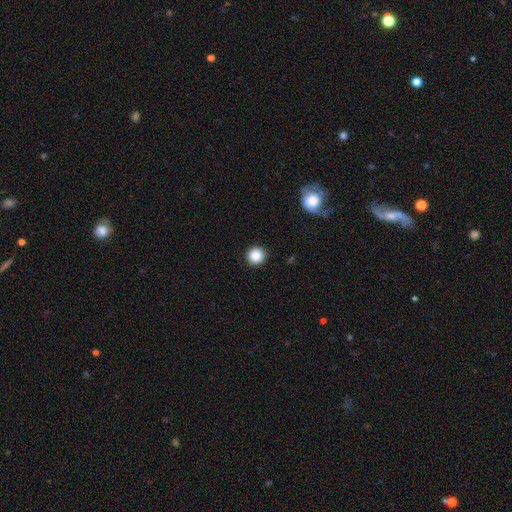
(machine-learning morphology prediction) Smooth or featured?
  - smooth: 86% *
  - star or artifact: 10%
  - featured or disk: 4%
How rounded?
  - round: 94% *
  - in between: 5%
  - cigar-shaped: 1%
Merging?
  - none: 93% *
  - minor disturbance: 5%
  - major disturbance: 2%
  - merger: 1%